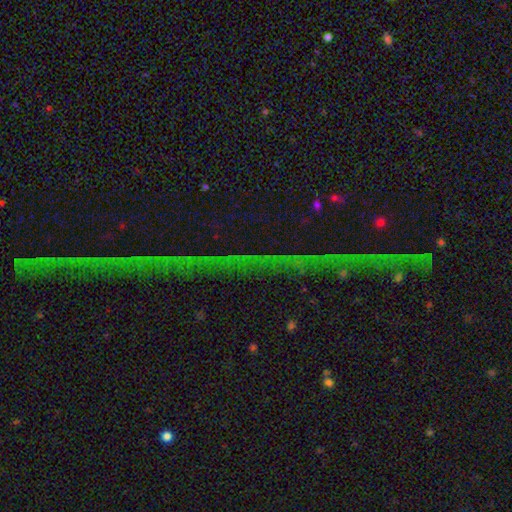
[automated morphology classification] type=star or artifact (76%).